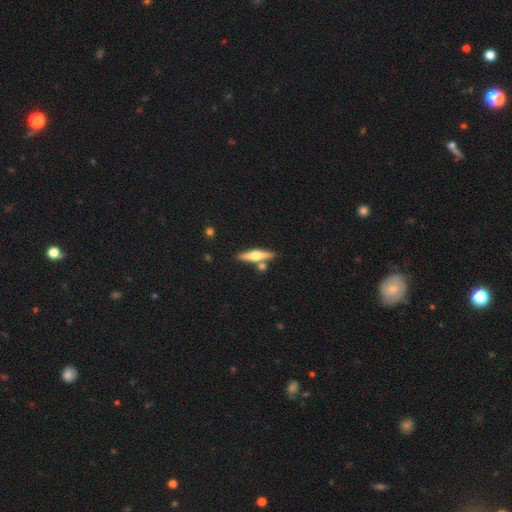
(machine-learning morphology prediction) type=featured or disk (64%); edge-on=yes (96%); edge-on bulge=rounded (94%); merging=none (78%).